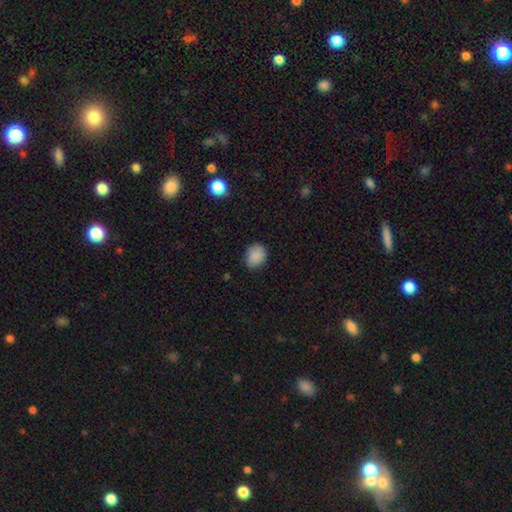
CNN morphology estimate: smooth-or-featured: smooth: 86% | star or artifact: 9% | featured or disk: 5%
  how-rounded: round: 61% | in between: 38% | cigar-shaped: 1%
  merging: none: 76% | minor disturbance: 19% | major disturbance: 4% | merger: 1%